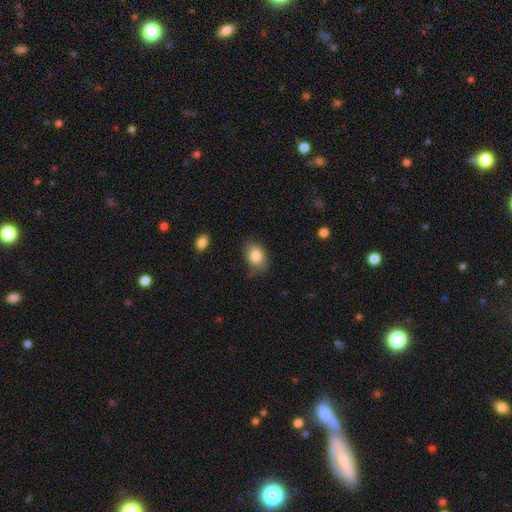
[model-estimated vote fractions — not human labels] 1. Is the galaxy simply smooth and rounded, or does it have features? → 83% smooth, 9% featured or disk, 8% star or artifact.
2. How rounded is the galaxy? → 77% in between, 22% round, 1% cigar-shaped.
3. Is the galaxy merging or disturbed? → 73% none, 20% minor disturbance, 4% major disturbance, 2% merger.